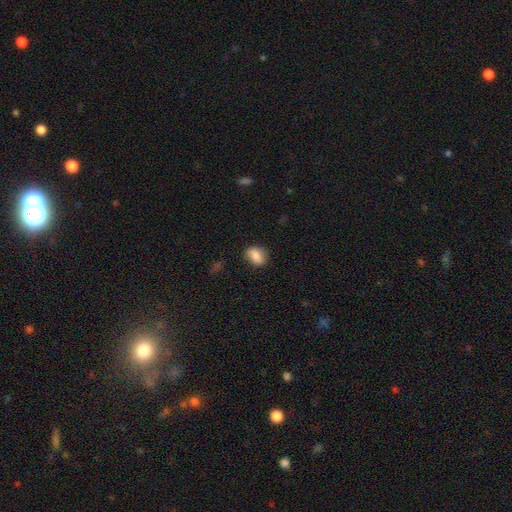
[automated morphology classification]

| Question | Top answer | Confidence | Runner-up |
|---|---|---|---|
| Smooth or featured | smooth | 86% | star or artifact (8%) |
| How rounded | in between | 74% | round (25%) |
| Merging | none | 77% | minor disturbance (17%) |